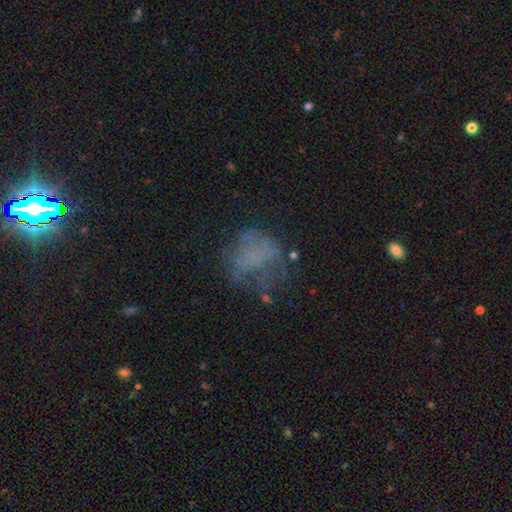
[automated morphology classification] type=smooth (38%); merging=none (46%).